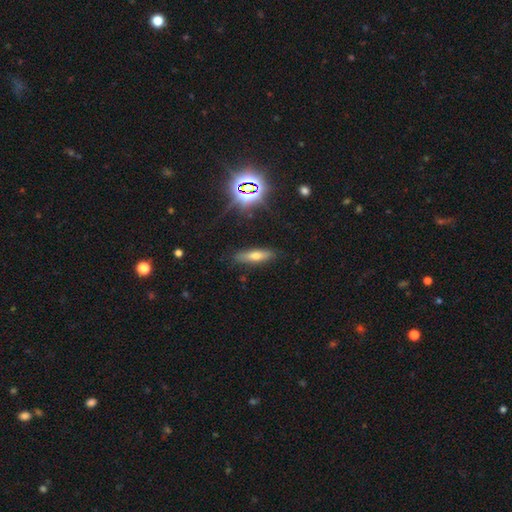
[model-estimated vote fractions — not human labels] A smooth galaxy with no disk features (57%) that is cigar-shaped (60%). Merging: none (84%).